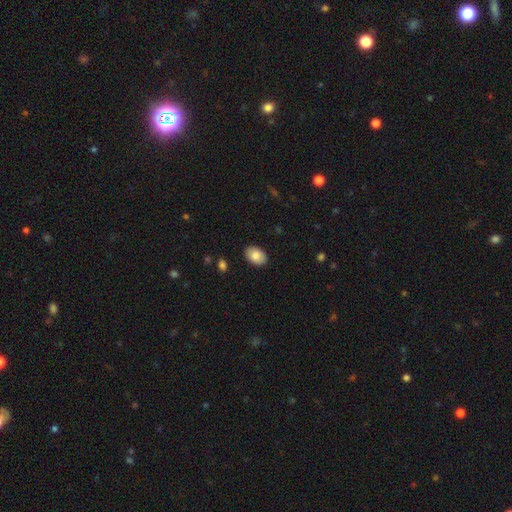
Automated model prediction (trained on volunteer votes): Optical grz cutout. It shows a smooth galaxy with no disk features (85%) that is in between round and cigar-shaped (87%). Merging: none (89%).